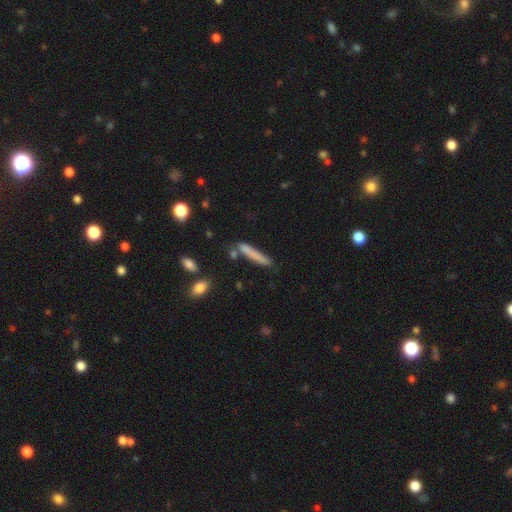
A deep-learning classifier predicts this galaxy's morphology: Smooth or featured?
  - smooth: 76% *
  - featured or disk: 17%
  - star or artifact: 7%
How rounded?
  - cigar-shaped: 92% *
  - in between: 6%
  - round: 2%
Merging?
  - none: 71% *
  - minor disturbance: 17%
  - merger: 8%
  - major disturbance: 4%